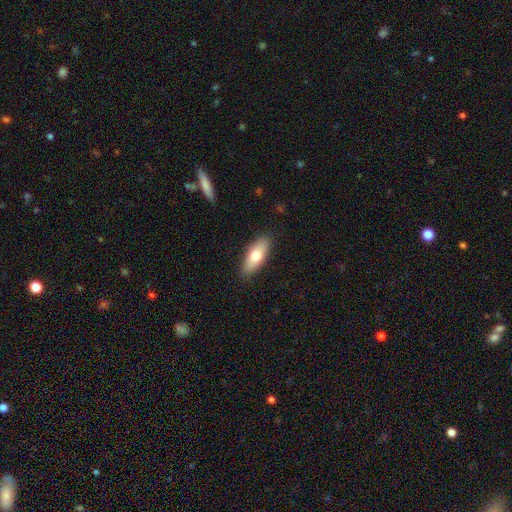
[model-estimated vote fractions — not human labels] This is likely a smooth galaxy (70%). How rounded: likely in between (74%). Merging: clearly none (88%).